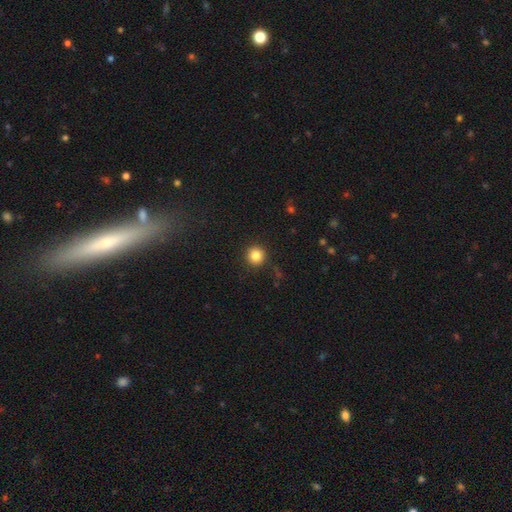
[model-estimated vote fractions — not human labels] smooth-or-featured: smooth: 84% | star or artifact: 11% | featured or disk: 5%
  how-rounded: round: 94% | in between: 5% | cigar-shaped: 1%
  merging: none: 90% | minor disturbance: 6% | major disturbance: 3% | merger: 1%